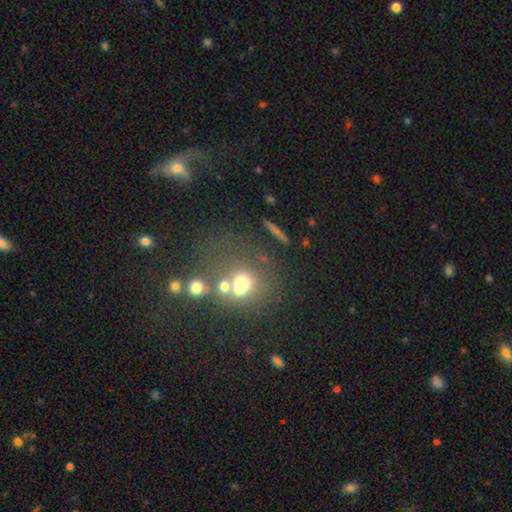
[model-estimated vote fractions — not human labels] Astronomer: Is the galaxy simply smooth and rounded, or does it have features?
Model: smooth — 45% (runner-up: star or artifact, 37%).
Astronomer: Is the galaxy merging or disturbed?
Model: none — 43% (runner-up: merger, 31%).